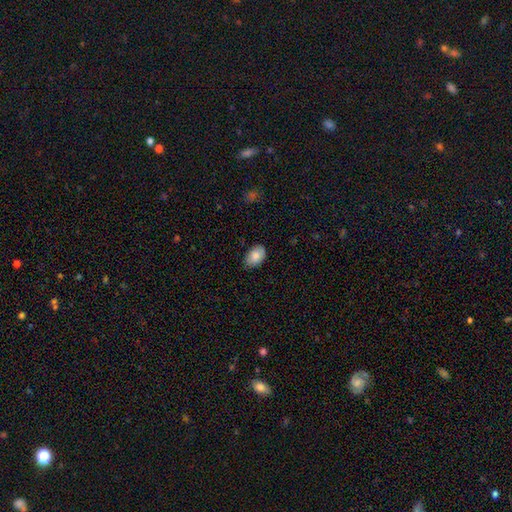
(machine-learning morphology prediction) type=smooth (86%); roundness=in between (90%); merging=none (78%).